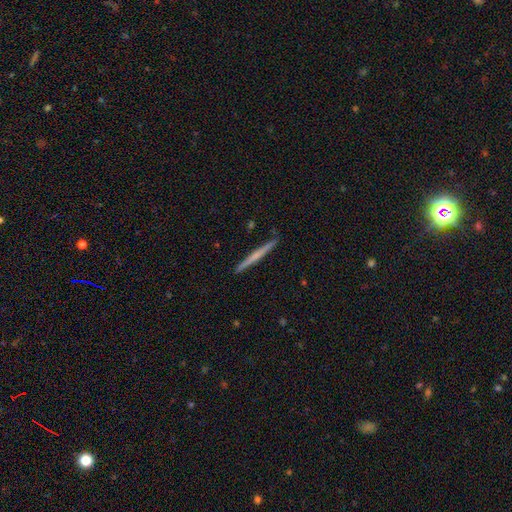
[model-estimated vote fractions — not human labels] Smooth or featured? featured or disk (54%)
Edge-on disk? yes (98%)
Edge-on bulge? none (69%)
Merging? none (91%)